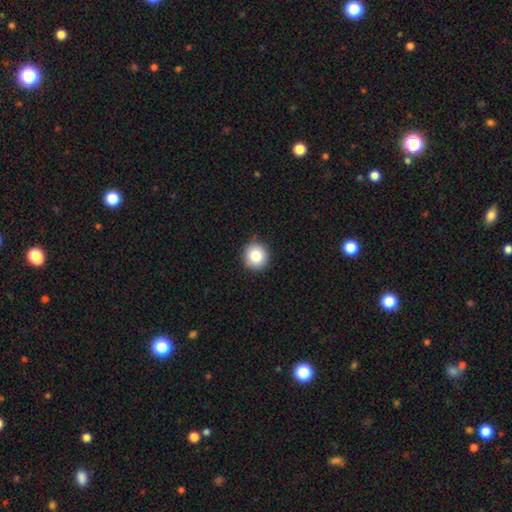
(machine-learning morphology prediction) smooth_or_featured: smooth (p=0.83) [alt: star or artifact p=0.10]
how_rounded: round (p=0.92) [alt: in between p=0.07]
merging: none (p=0.90) [alt: minor disturbance p=0.07]